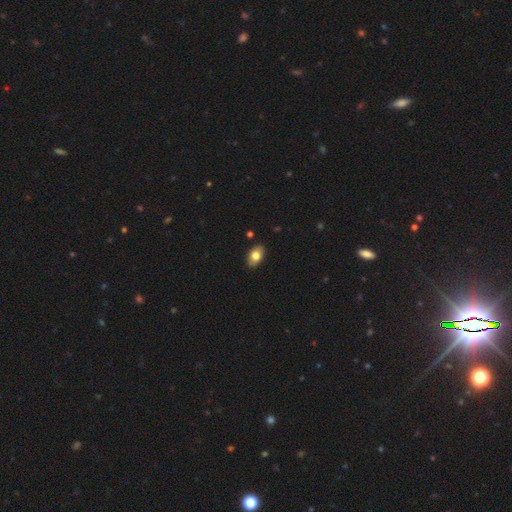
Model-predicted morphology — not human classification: A smooth galaxy with no disk features (79%) that is in between round and cigar-shaped (91%).

Vote fractions:
- Smooth or featured? smooth: 79% / featured or disk: 13% / star or artifact: 7%
- How rounded? in between: 91% / round: 8% / cigar-shaped: 1%
- Merging? none: 88% / minor disturbance: 9% / major disturbance: 2% / merger: 1%